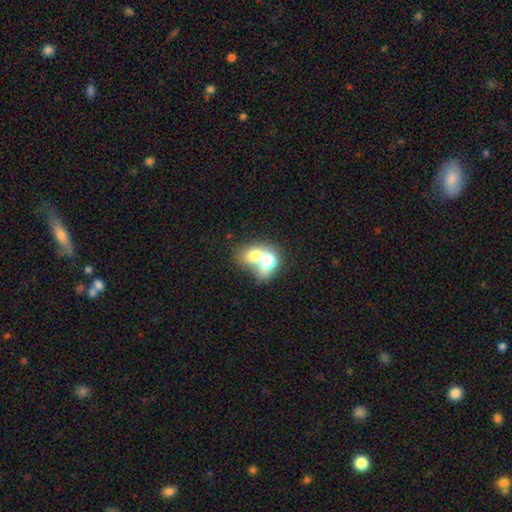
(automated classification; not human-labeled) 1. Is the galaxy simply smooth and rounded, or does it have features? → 63% smooth, 21% featured or disk, 15% star or artifact.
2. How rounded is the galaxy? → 52% round, 47% in between, 1% cigar-shaped.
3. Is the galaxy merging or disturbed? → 62% merger, 25% none, 7% minor disturbance, 6% major disturbance.